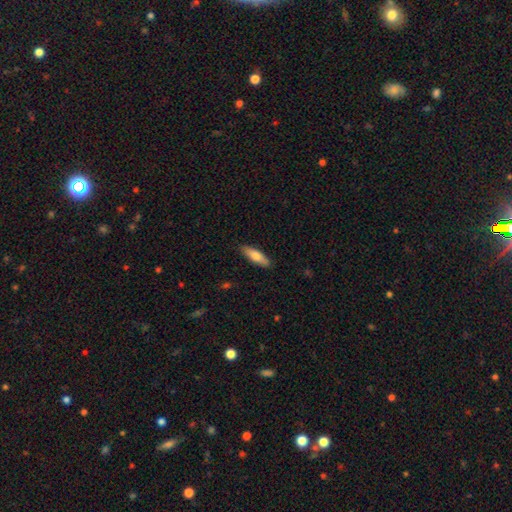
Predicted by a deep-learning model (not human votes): Smooth or featured?
  - smooth: 72% *
  - featured or disk: 23%
  - star or artifact: 6%
How rounded?
  - cigar-shaped: 52% *
  - in between: 46%
  - round: 2%
Merging?
  - none: 88% *
  - minor disturbance: 10%
  - major disturbance: 2%
  - merger: 1%